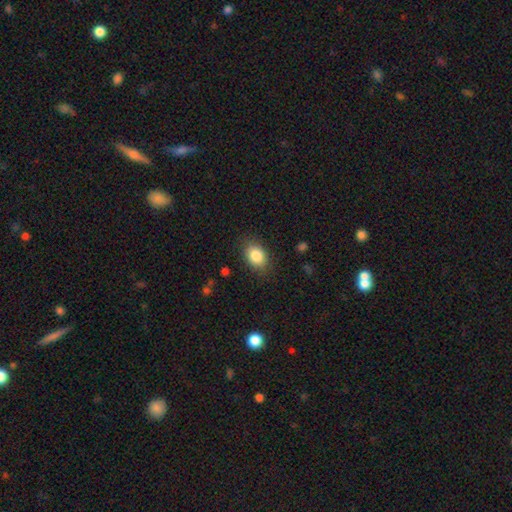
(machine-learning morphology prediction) smooth_or_featured: smooth (p=0.85) [alt: star or artifact p=0.08]
how_rounded: in between (p=0.74) [alt: round p=0.25]
merging: none (p=0.83) [alt: minor disturbance p=0.13]